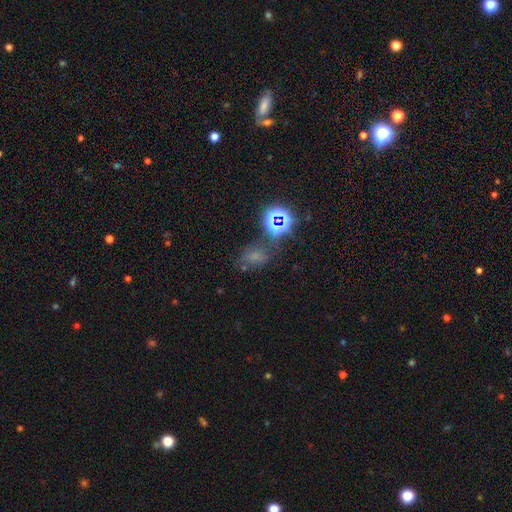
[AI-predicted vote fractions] This appears to be a smooth galaxy with no disk features (47%). Merging: none (54%).